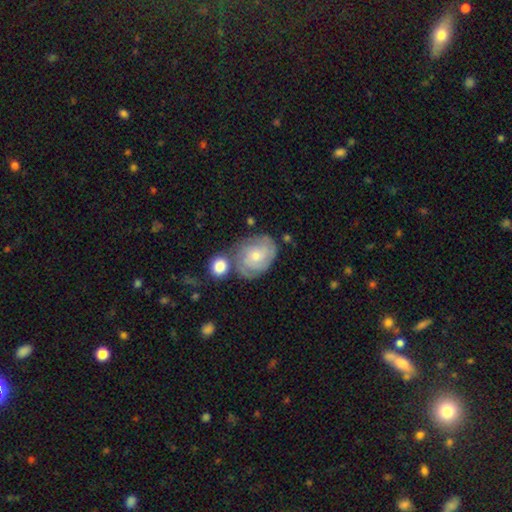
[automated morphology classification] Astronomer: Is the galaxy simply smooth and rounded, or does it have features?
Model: featured or disk — 69%.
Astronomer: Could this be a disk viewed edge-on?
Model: no — 97%.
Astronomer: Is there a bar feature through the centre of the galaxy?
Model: no — 75%.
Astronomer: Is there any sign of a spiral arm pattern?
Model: yes — 90%.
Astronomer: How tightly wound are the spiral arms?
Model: tight — 64%.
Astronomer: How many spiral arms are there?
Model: can't tell — 38% (runner-up: 3, 23%).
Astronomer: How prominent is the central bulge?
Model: small — 53% (runner-up: moderate, 42%).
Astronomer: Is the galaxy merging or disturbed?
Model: none — 58%.